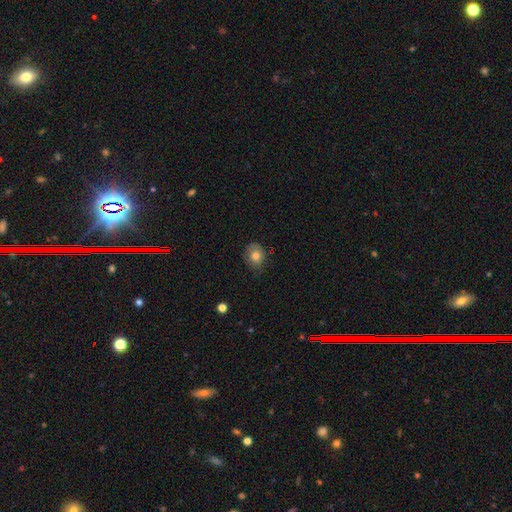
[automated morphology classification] smooth_or_featured: smooth (p=0.75) [alt: featured or disk p=0.16]
how_rounded: round (p=0.58) [alt: in between p=0.41]
merging: none (p=0.71) [alt: minor disturbance p=0.23]